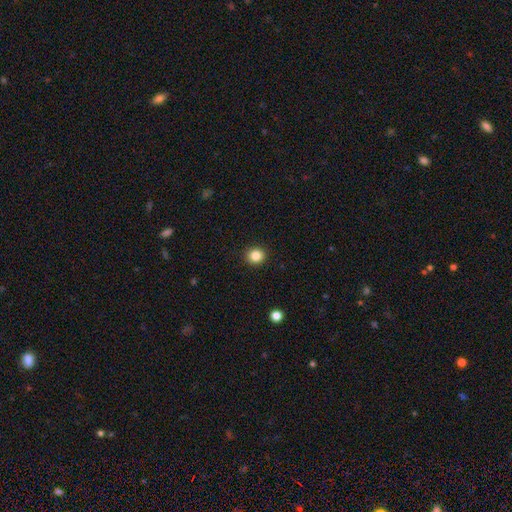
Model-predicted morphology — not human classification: A smooth galaxy with no disk features (85%) that is round (88%). Merging: none (92%).